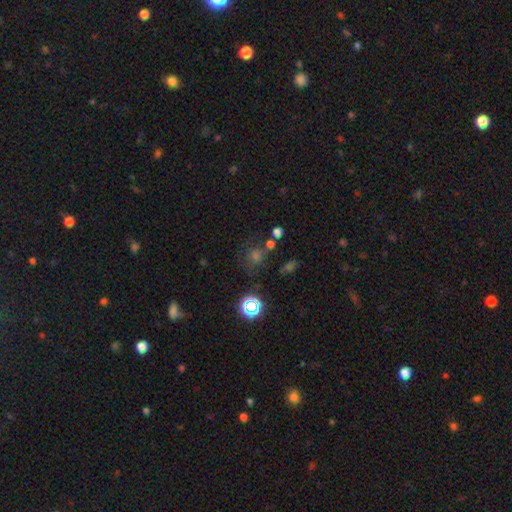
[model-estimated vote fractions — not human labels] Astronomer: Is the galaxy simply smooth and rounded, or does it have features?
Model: smooth — 45% (runner-up: star or artifact, 43%).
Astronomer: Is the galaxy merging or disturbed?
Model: none — 70%.